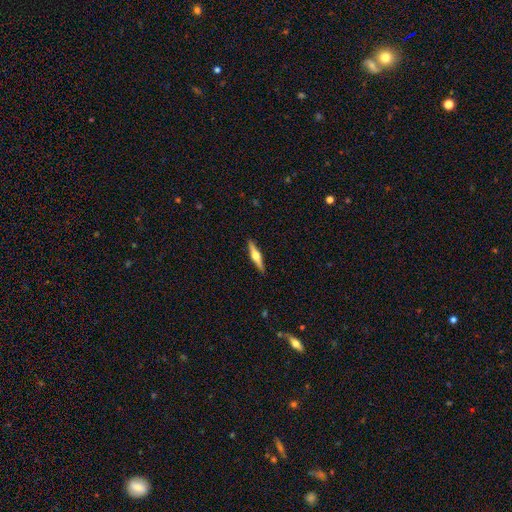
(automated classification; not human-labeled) smooth-or-featured: featured or disk: 69% | smooth: 26% | star or artifact: 5%
  disk-edge-on: yes: 98% | no: 2%
    edge-on-bulge: rounded: 94% | boxy: 4% | none: 2%
  merging: none: 91% | minor disturbance: 7% | major disturbance: 1% | merger: 1%